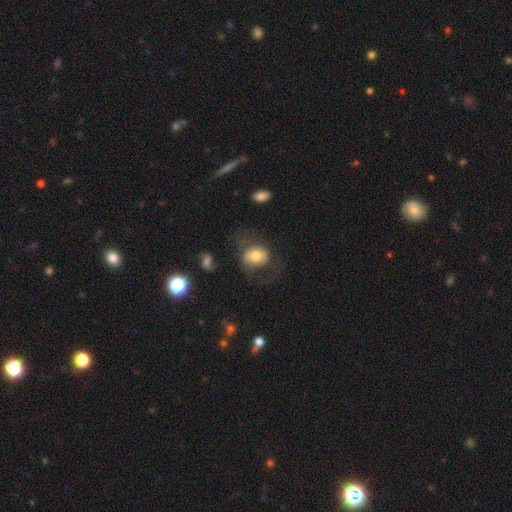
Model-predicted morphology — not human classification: A smooth galaxy with no disk features (61%) that is round (60%). Merging: none (47%).